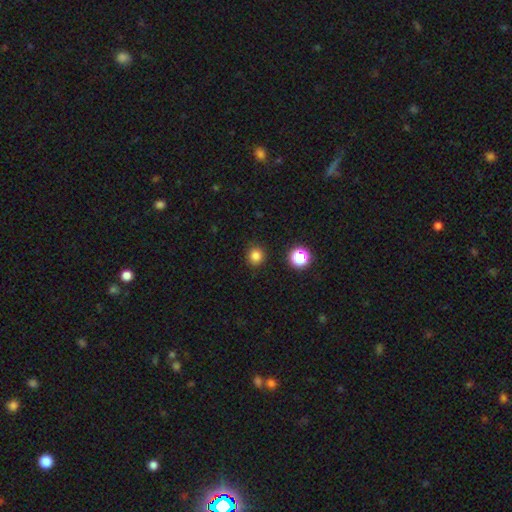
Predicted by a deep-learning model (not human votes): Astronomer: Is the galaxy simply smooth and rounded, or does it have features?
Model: smooth — 82%.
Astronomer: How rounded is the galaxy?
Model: round — 91%.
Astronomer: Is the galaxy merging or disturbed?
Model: none — 90%.